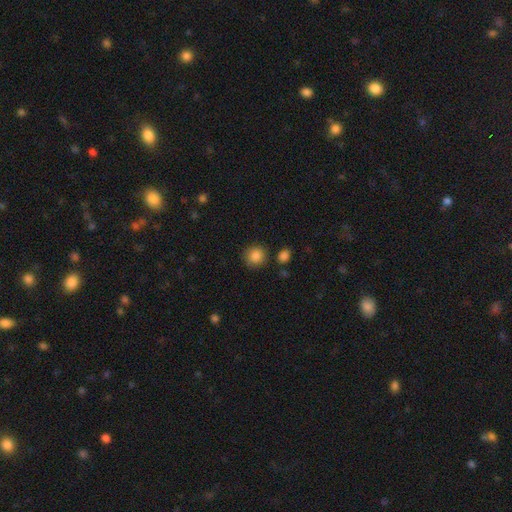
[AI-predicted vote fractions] This is clearly a smooth galaxy (86%). How rounded: clearly round (90%). Merging: clearly none (86%).